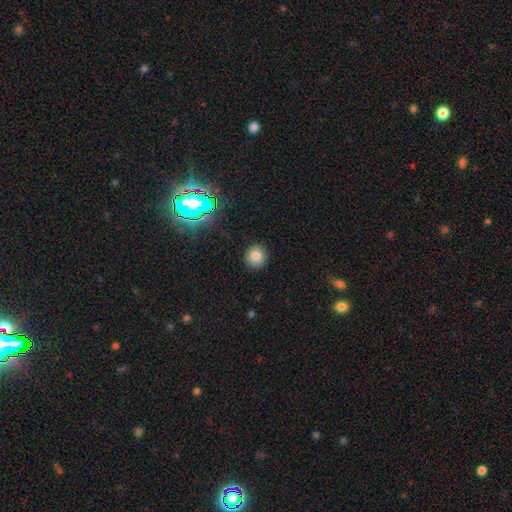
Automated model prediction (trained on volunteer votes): Smooth or featured?
  - smooth: 78% *
  - star or artifact: 15%
  - featured or disk: 7%
How rounded?
  - round: 90% *
  - in between: 9%
  - cigar-shaped: 1%
Merging?
  - none: 90% *
  - minor disturbance: 7%
  - major disturbance: 2%
  - merger: 1%